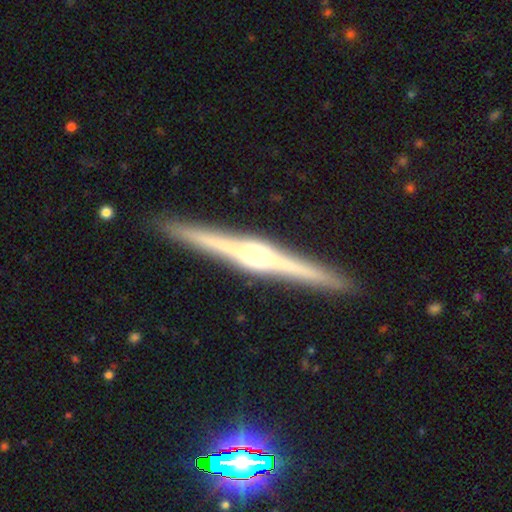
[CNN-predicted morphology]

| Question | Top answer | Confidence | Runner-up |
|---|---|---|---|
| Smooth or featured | featured or disk | 86% | smooth (9%) |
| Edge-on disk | yes | 99% | no (1%) |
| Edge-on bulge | rounded | 68% | boxy (25%) |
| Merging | none | 92% | minor disturbance (5%) |